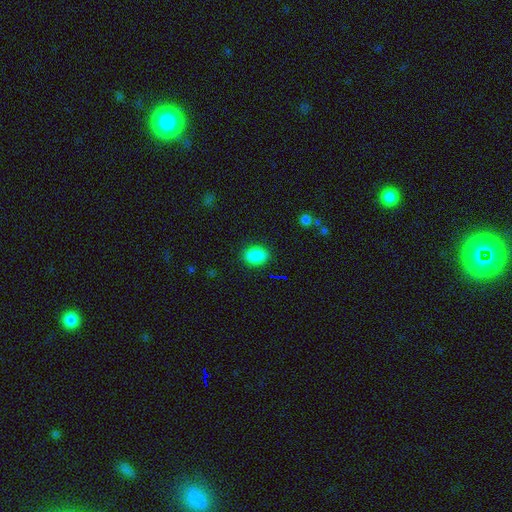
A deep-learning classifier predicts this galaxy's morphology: A smooth galaxy with no disk features (87%) that is in between round and cigar-shaped (72%).

Vote fractions:
- Smooth or featured? smooth: 87% / star or artifact: 9% / featured or disk: 4%
- How rounded? in between: 72% / round: 27% / cigar-shaped: 1%
- Merging? none: 88% / minor disturbance: 8% / major disturbance: 3% / merger: 1%